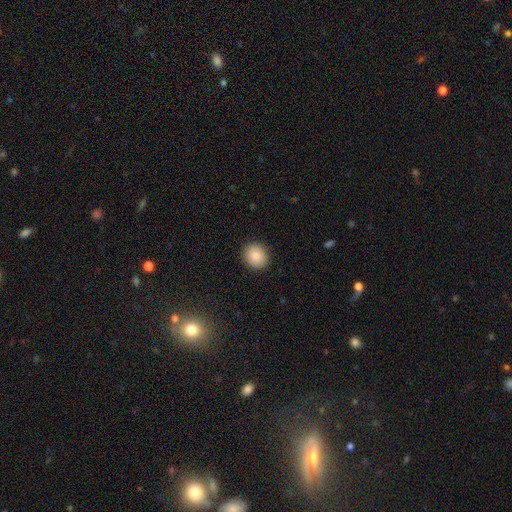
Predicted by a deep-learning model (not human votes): Overall: smooth (86%). How rounded: round (85%). Merging: none (91%).